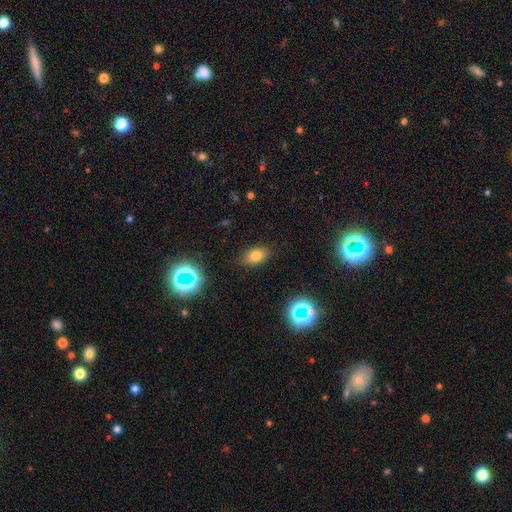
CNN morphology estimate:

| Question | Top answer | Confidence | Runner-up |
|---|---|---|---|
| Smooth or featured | smooth | 74% | star or artifact (15%) |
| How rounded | in between | 83% | round (15%) |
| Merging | none | 83% | minor disturbance (13%) |